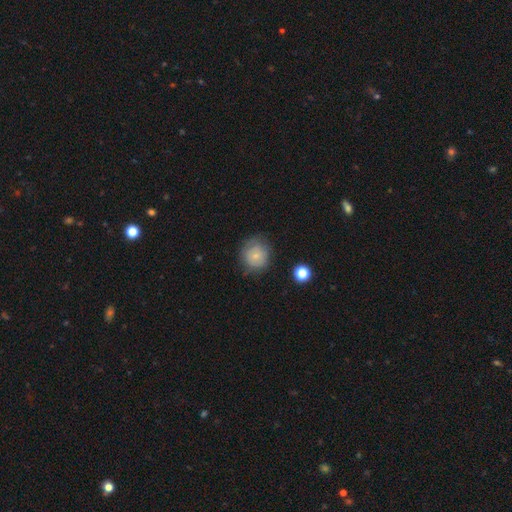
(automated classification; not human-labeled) This is likely a smooth galaxy (65%). How rounded: clearly round (85%). Merging: likely none (66%).